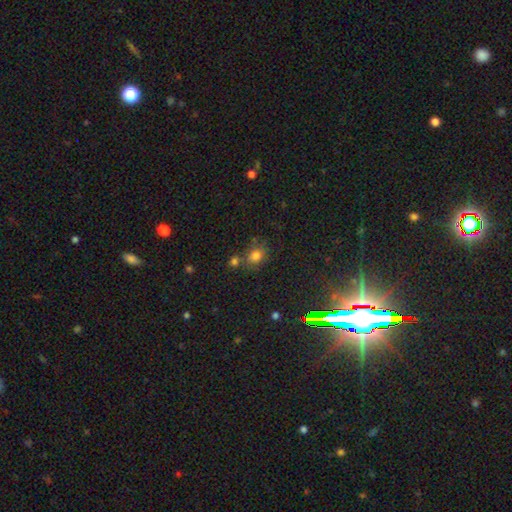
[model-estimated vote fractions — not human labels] This appears to be a smooth galaxy with no disk features (75%) that is round (59%). Merging: none (62%).